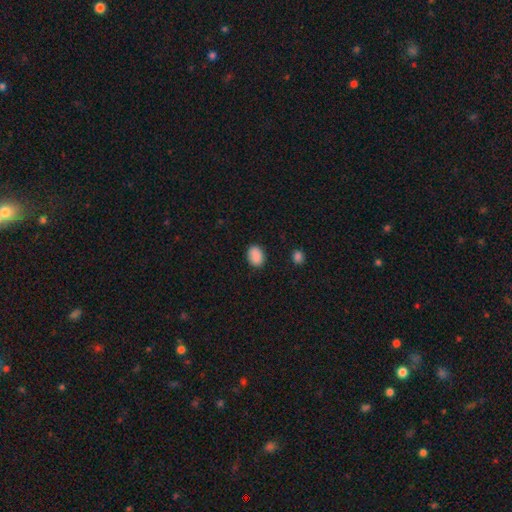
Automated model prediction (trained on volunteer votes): Overall: smooth (90%). How rounded: in between (76%). Merging: none (87%).